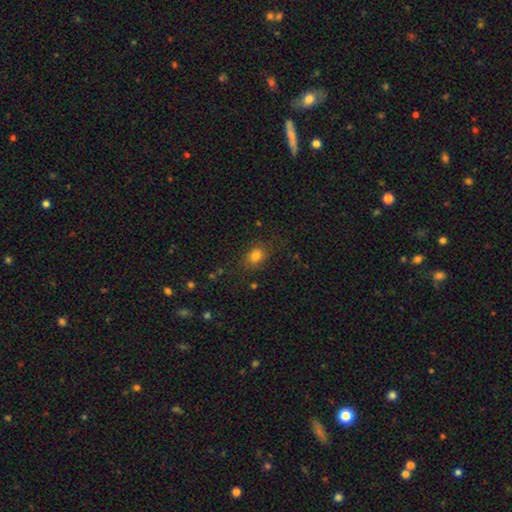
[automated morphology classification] Smooth or featured?
  - smooth: 81% *
  - star or artifact: 12%
  - featured or disk: 7%
How rounded?
  - in between: 58% *
  - round: 41%
  - cigar-shaped: 1%
Merging?
  - none: 79% *
  - minor disturbance: 15%
  - major disturbance: 5%
  - merger: 2%